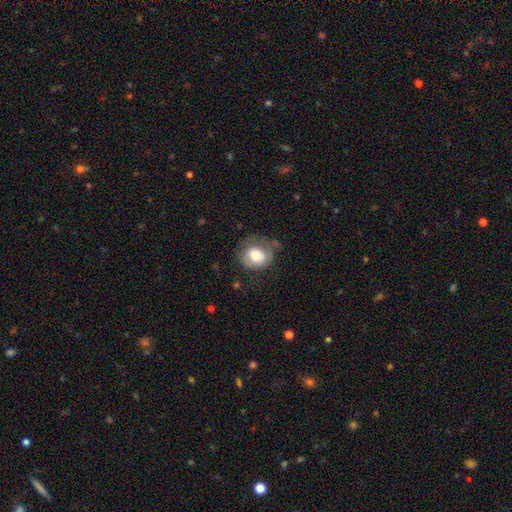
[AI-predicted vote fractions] Smooth or featured? smooth (74%)
How rounded? round (67%)
Merging? none (53%)